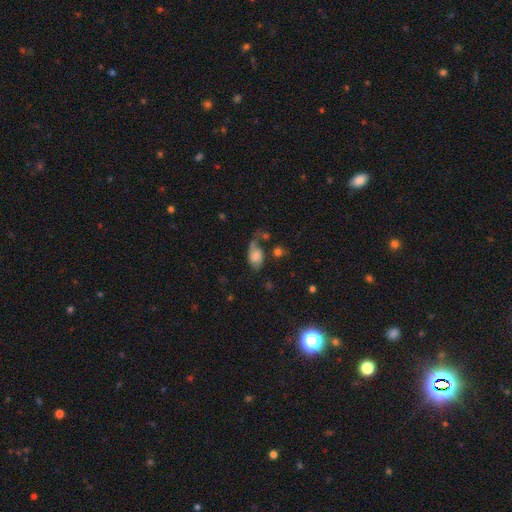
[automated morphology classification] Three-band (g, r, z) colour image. It shows a smooth galaxy with no disk features (50%). Merging: major disturbance (32%).